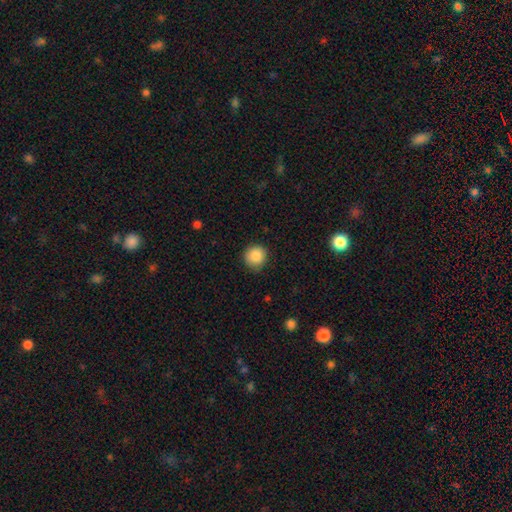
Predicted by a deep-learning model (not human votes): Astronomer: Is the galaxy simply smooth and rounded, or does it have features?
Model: smooth — 87%.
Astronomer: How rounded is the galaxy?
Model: round — 92%.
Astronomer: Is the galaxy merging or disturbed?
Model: none — 84%.